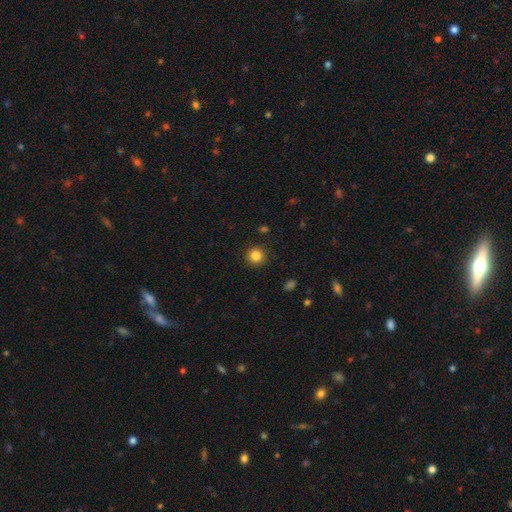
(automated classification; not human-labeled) smooth 85%, star or artifact 11%, featured or disk 5%. Down the decision tree: how rounded — round (94%); merging — none (91%).